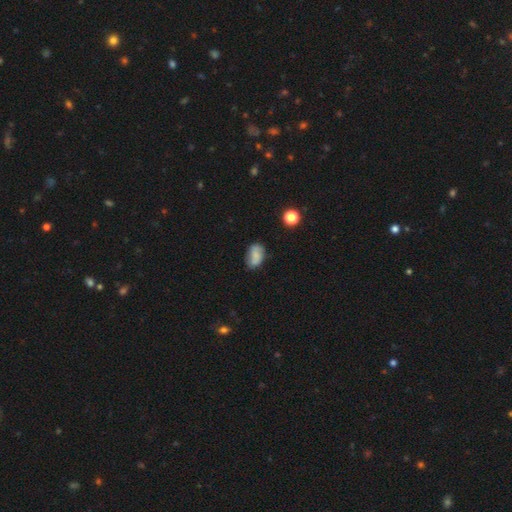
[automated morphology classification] Smooth or featured? Predicted: smooth (p=0.69). How rounded? Predicted: in between (p=0.87). Merging? Predicted: none (p=0.67).